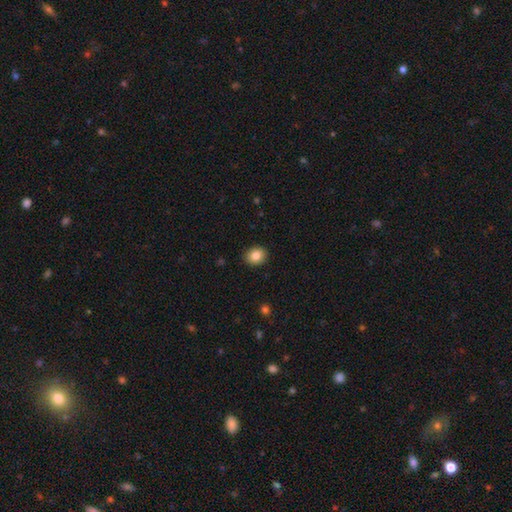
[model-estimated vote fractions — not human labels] smooth-or-featured: smooth: 85% | star or artifact: 9% | featured or disk: 6%
  how-rounded: round: 61% | in between: 38% | cigar-shaped: 1%
  merging: none: 91% | minor disturbance: 7% | major disturbance: 2% | merger: 1%